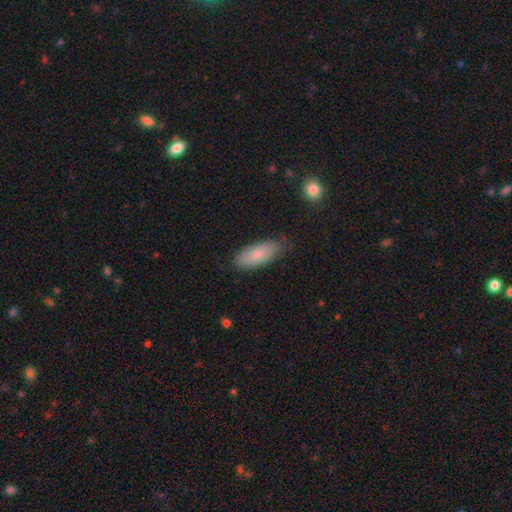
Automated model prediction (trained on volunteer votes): A smooth galaxy with no disk features (82%) that is in between round and cigar-shaped (84%).

Vote fractions:
- Smooth or featured? smooth: 82% / featured or disk: 12% / star or artifact: 6%
- How rounded? in between: 84% / cigar-shaped: 14% / round: 2%
- Merging? none: 77% / minor disturbance: 18% / major disturbance: 3% / merger: 1%